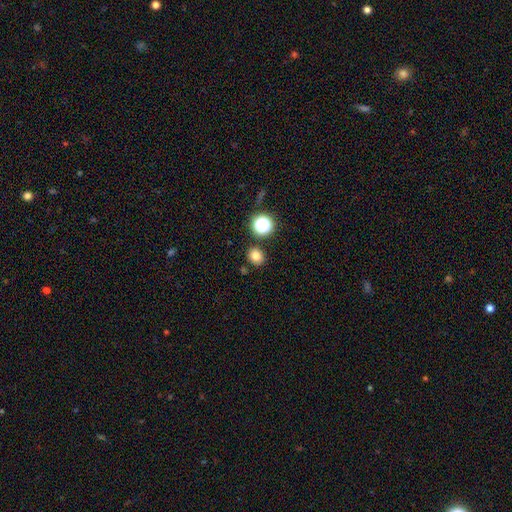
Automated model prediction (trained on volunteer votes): The model was most divided on "how rounded": round: 74%, in between: 25%, cigar-shaped: 1%. More confident: merging — none (83%); smooth or featured — smooth (78%).